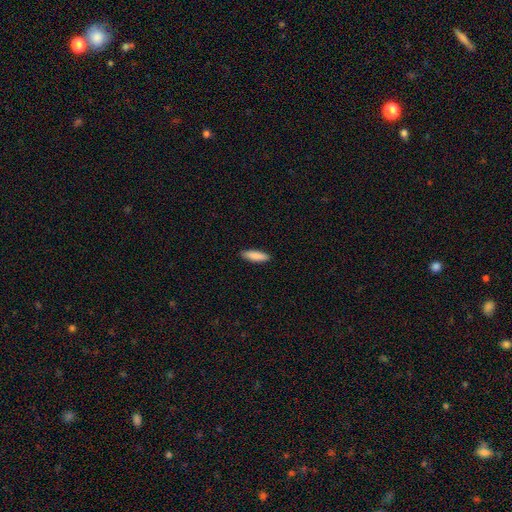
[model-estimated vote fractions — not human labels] A smooth galaxy with no disk features (89%) that is cigar-shaped (56%).

Vote fractions:
- Smooth or featured? smooth: 89% / featured or disk: 6% / star or artifact: 6%
- How rounded? cigar-shaped: 56% / in between: 43% / round: 1%
- Merging? none: 91% / minor disturbance: 7% / major disturbance: 2% / merger: 1%